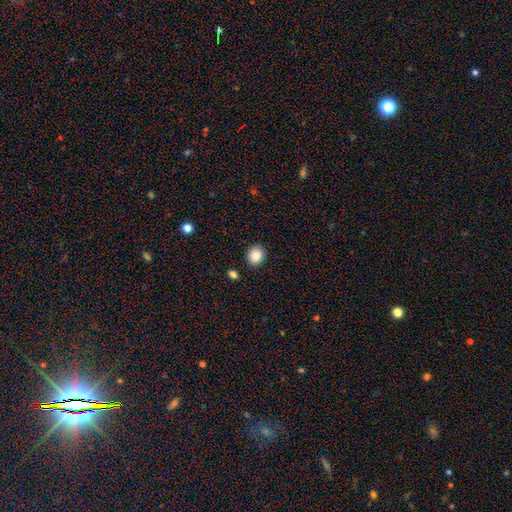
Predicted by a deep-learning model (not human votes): This appears to be a smooth galaxy with no disk features (86%) that is round (59%). Merging: none (88%).